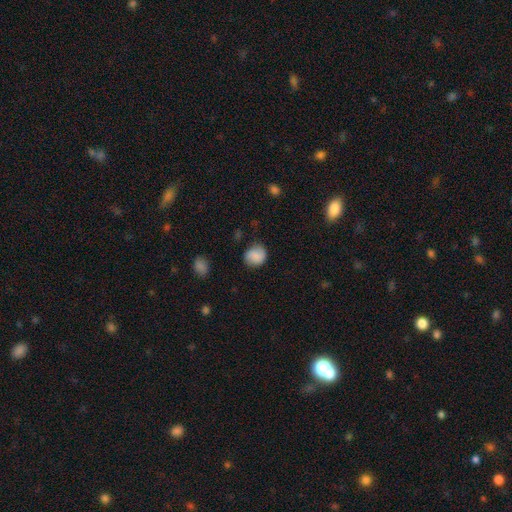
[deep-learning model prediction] smooth_or_featured: smooth (p=0.82) [alt: featured or disk p=0.09]
how_rounded: round (p=0.76) [alt: in between p=0.23]
merging: none (p=0.74) [alt: minor disturbance p=0.19]